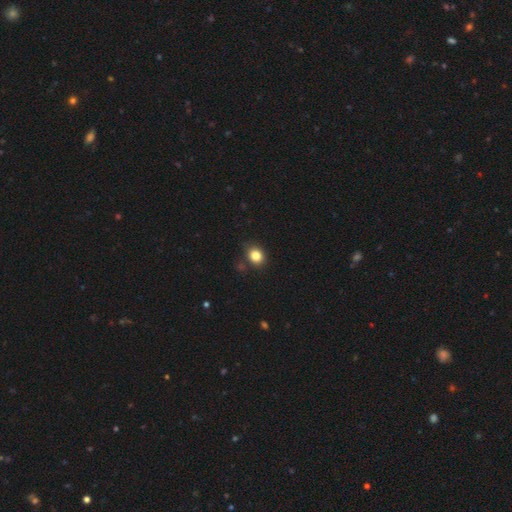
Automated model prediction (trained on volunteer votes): smooth-or-featured: smooth: 83% | star or artifact: 11% | featured or disk: 6%
  how-rounded: round: 68% | in between: 31% | cigar-shaped: 1%
  merging: none: 80% | minor disturbance: 13% | merger: 4% | major disturbance: 3%